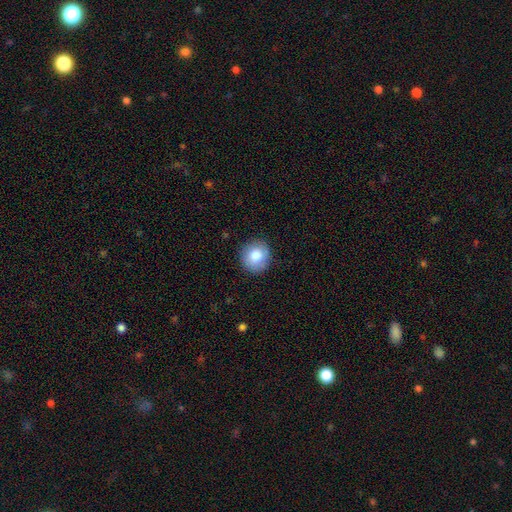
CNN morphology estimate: Smooth or featured? smooth (83%)
How rounded? round (88%)
Merging? none (88%)